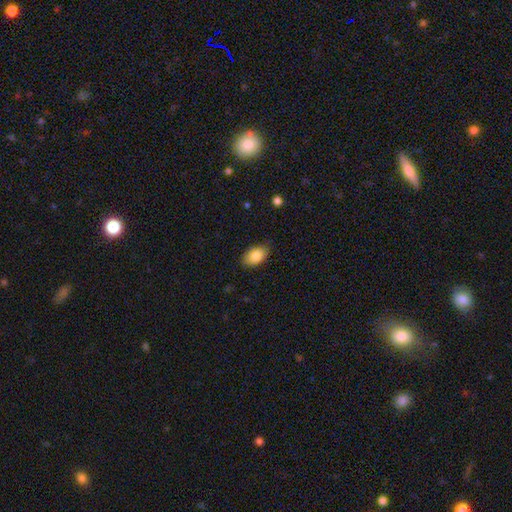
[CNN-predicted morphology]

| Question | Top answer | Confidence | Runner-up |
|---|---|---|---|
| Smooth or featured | smooth | 86% | featured or disk (7%) |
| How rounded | in between | 89% | round (9%) |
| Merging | none | 81% | minor disturbance (15%) |